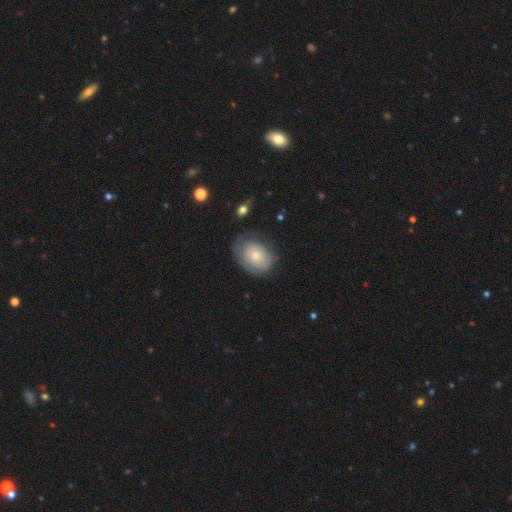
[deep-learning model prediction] The model was most divided on "smooth or featured": smooth: 62%, featured or disk: 31%, star or artifact: 7%. More confident: how rounded — in between (67%); merging — none (59%).